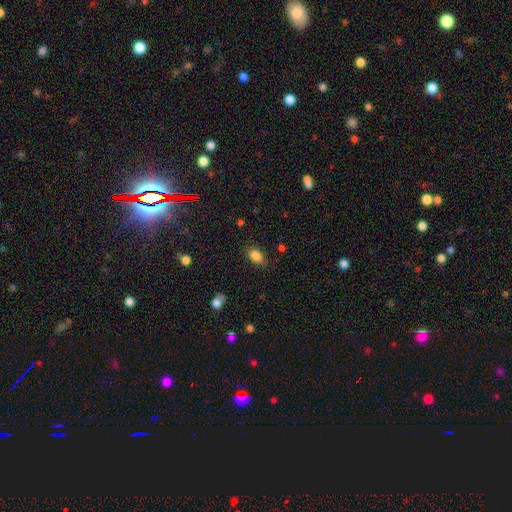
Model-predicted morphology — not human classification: Smooth or featured? smooth (85%)
How rounded? in between (84%)
Merging? none (82%)